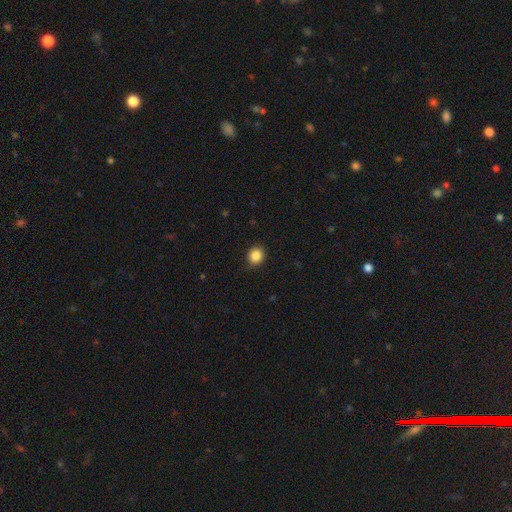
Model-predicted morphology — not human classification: Smooth or featured? Predicted: smooth (p=0.87). How rounded? Predicted: round (p=0.74). Merging? Predicted: none (p=0.88).